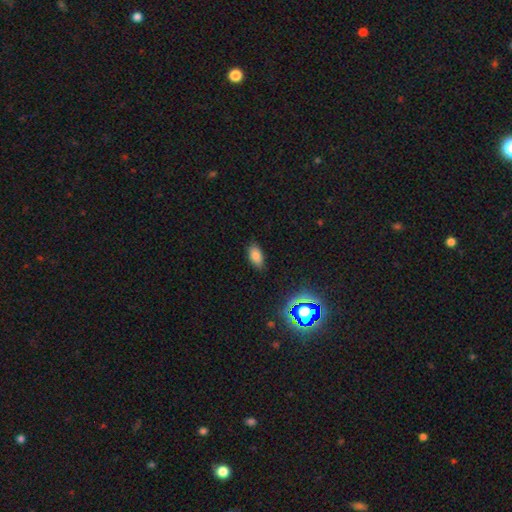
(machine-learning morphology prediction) smooth_or_featured: smooth (p=0.80) [alt: star or artifact p=0.13]
how_rounded: in between (p=0.91) [alt: round p=0.05]
merging: none (p=0.85) [alt: minor disturbance p=0.11]